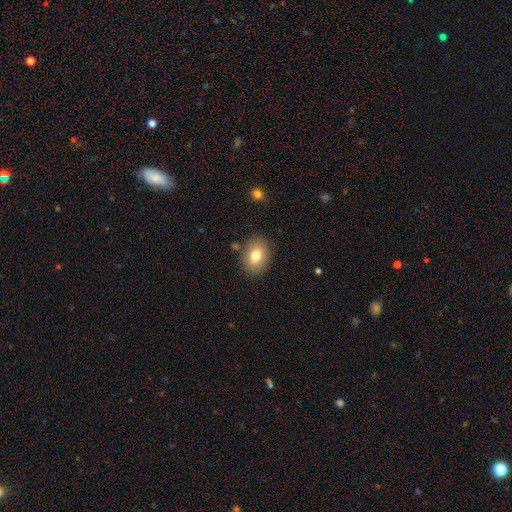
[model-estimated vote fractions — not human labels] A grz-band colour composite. It shows a smooth galaxy with no disk features (79%) that is in between round and cigar-shaped (67%). Merging: none (84%).